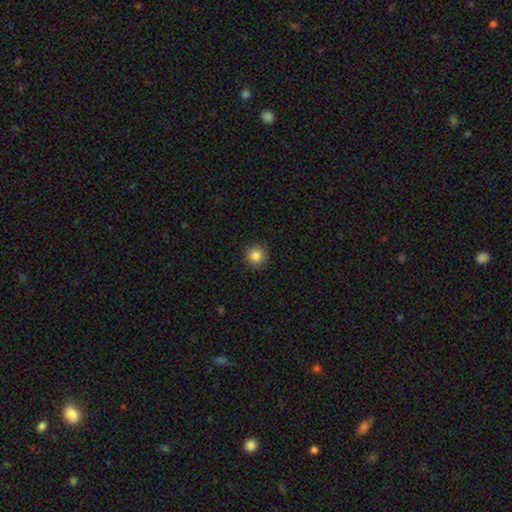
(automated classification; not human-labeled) A smooth galaxy with no disk features (86%) that is round (95%).

Vote fractions:
- Smooth or featured? smooth: 86% / star or artifact: 10% / featured or disk: 4%
- How rounded? round: 95% / in between: 4% / cigar-shaped: 1%
- Merging? none: 92% / minor disturbance: 5% / major disturbance: 2% / merger: 1%